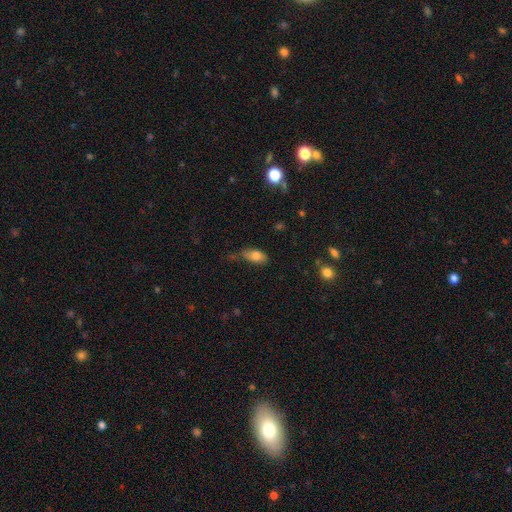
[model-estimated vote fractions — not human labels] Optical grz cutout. It shows a smooth galaxy with no disk features (80%) that is in between round and cigar-shaped (88%). Merging: none (51%).